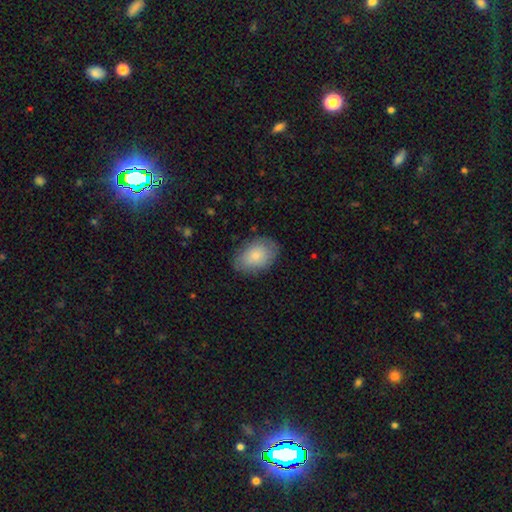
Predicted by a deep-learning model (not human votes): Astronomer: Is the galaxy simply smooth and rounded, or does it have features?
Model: smooth — 79%.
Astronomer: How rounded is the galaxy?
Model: in between — 85%.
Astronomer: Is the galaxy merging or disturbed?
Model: none — 78%.